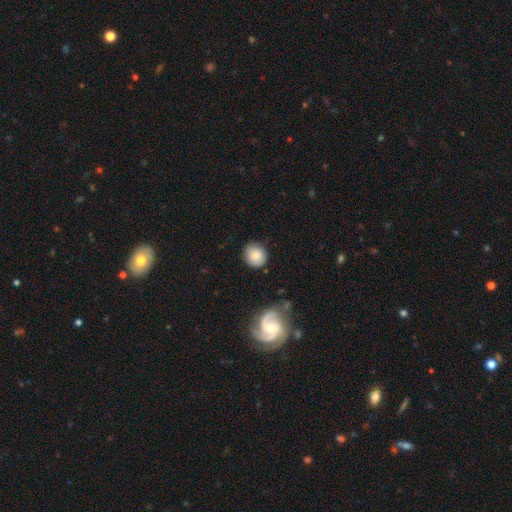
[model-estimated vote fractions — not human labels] This is clearly a smooth galaxy (82%). How rounded: clearly round (80%). Merging: clearly none (81%).